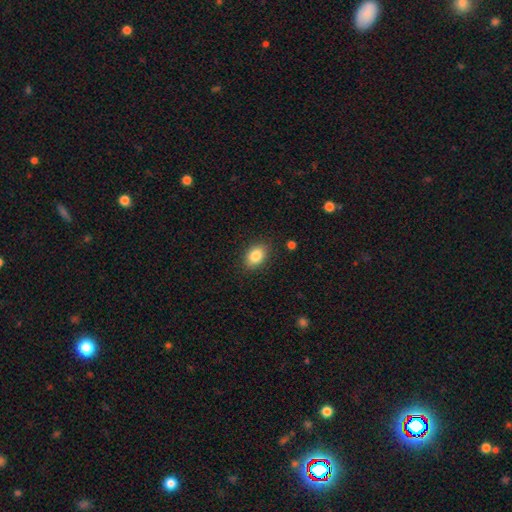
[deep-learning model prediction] This is clearly a smooth galaxy (84%). How rounded: likely in between (78%). Merging: clearly none (86%).